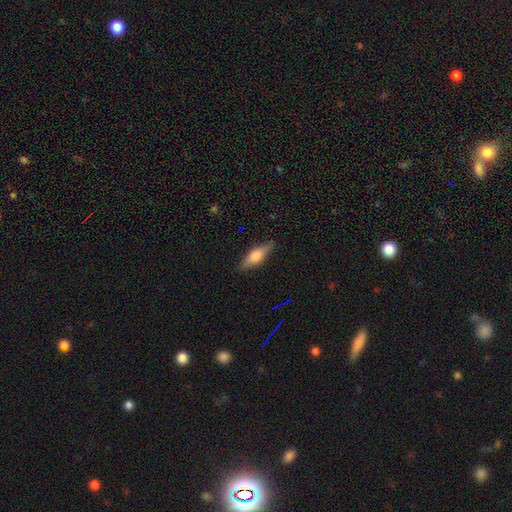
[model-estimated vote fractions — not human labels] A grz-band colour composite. It shows a smooth galaxy with no disk features (58%) that is in between round and cigar-shaped (52%). Merging: none (86%).